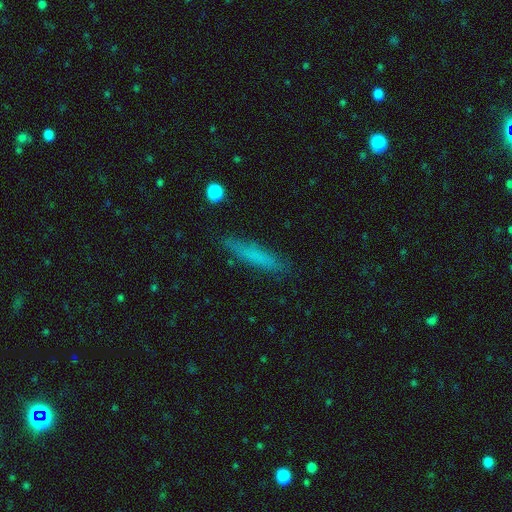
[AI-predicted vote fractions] Overall: smooth (70%). How rounded: cigar-shaped (90%). Merging: none (86%).